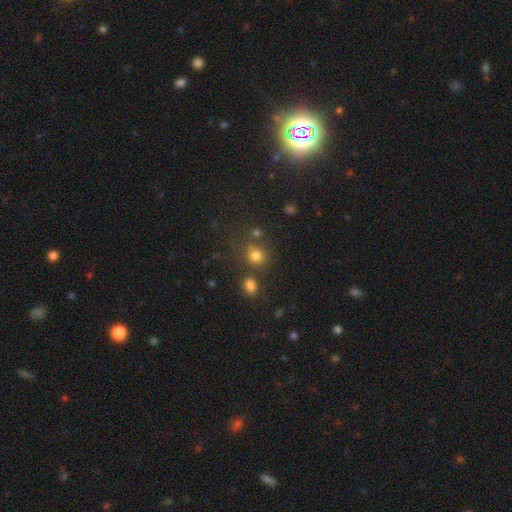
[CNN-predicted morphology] Smooth or featured? smooth (75%)
How rounded? round (82%)
Merging? none (64%)